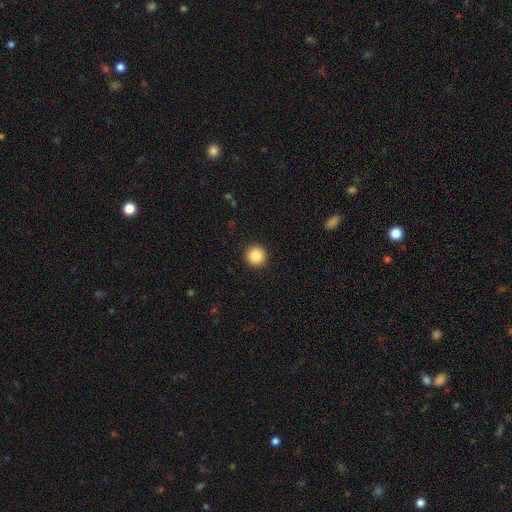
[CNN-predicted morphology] Q: Smooth or featured?
A: smooth (87%); runner-up: star or artifact (9%)
Q: How rounded?
A: round (95%); runner-up: in between (4%)
Q: Merging?
A: none (92%); runner-up: minor disturbance (5%)